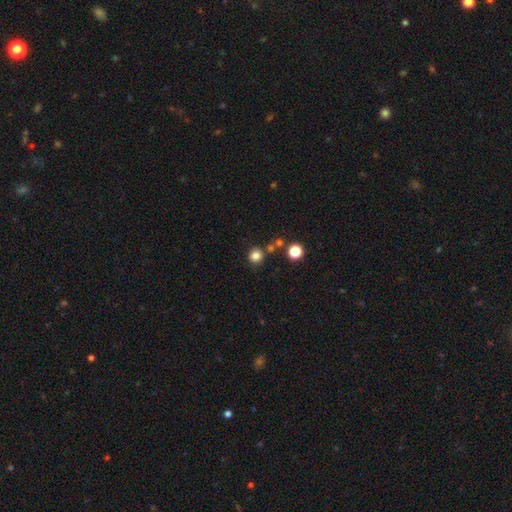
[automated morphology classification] Smooth or featured? Predicted: smooth (p=0.81). How rounded? Predicted: round (p=0.92). Merging? Predicted: none (p=0.79).